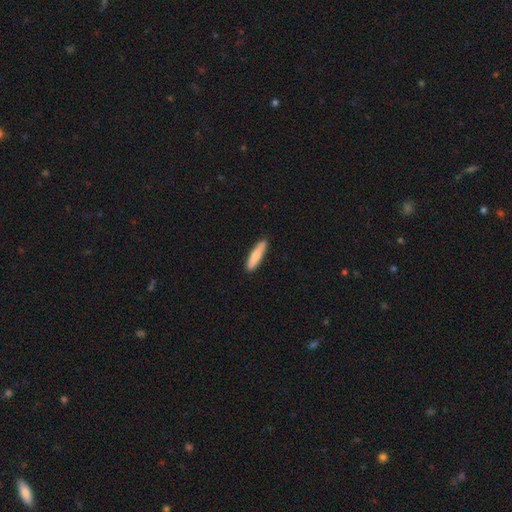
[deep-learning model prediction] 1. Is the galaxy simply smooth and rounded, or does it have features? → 81% smooth, 14% featured or disk, 5% star or artifact.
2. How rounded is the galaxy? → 84% cigar-shaped, 14% in between, 1% round.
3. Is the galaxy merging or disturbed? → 89% none, 8% minor disturbance, 1% major disturbance, 1% merger.